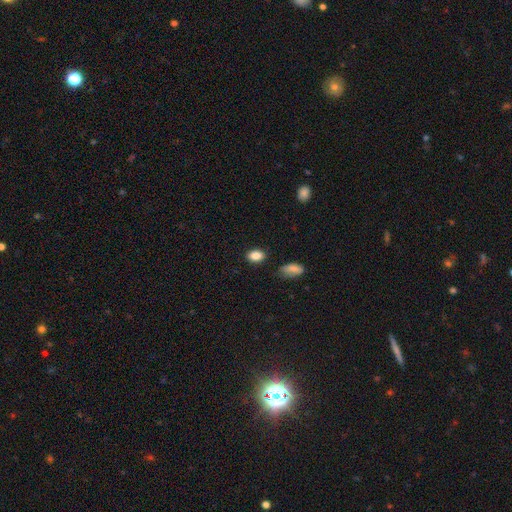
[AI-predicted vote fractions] Q: Smooth or featured?
A: smooth (86%); runner-up: star or artifact (9%)
Q: How rounded?
A: in between (81%); runner-up: round (17%)
Q: Merging?
A: none (84%); runner-up: minor disturbance (11%)